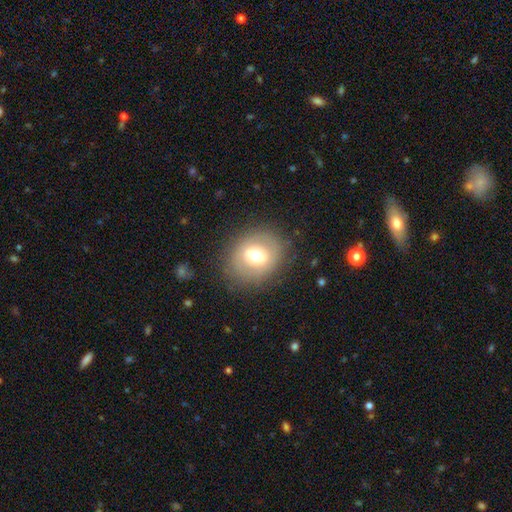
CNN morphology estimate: This appears to be a smooth galaxy with no disk features (59%) that is round (63%). Merging: none (81%).